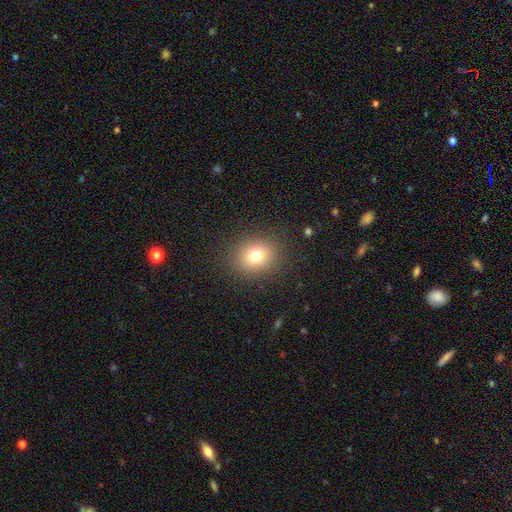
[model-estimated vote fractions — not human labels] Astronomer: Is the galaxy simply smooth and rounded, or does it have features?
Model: smooth — 75%.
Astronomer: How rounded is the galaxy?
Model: round — 72%.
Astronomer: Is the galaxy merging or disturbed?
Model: none — 87%.